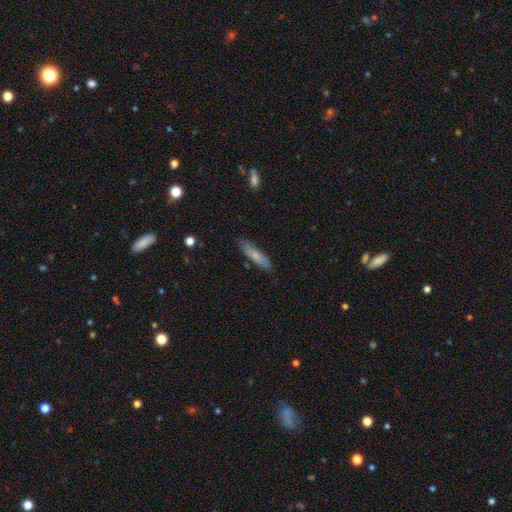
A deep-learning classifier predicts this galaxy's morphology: smooth 69%, featured or disk 25%, star or artifact 6%. Down the decision tree: how rounded — cigar-shaped (73%); merging — none (82%).